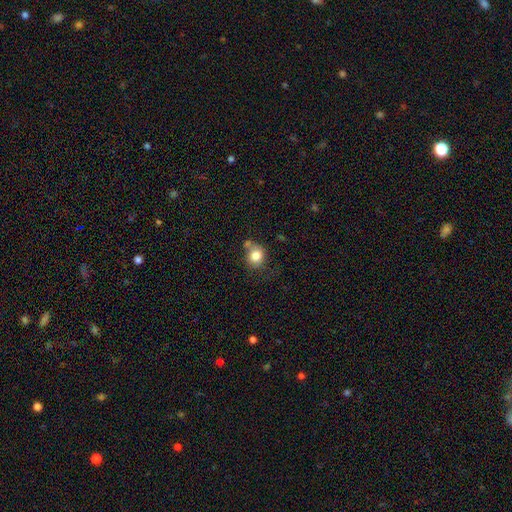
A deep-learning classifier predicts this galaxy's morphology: Smooth or featured?
  - smooth: 82% *
  - star or artifact: 10%
  - featured or disk: 8%
How rounded?
  - round: 81% *
  - in between: 18%
  - cigar-shaped: 1%
Merging?
  - none: 57% *
  - minor disturbance: 20%
  - merger: 15%
  - major disturbance: 7%